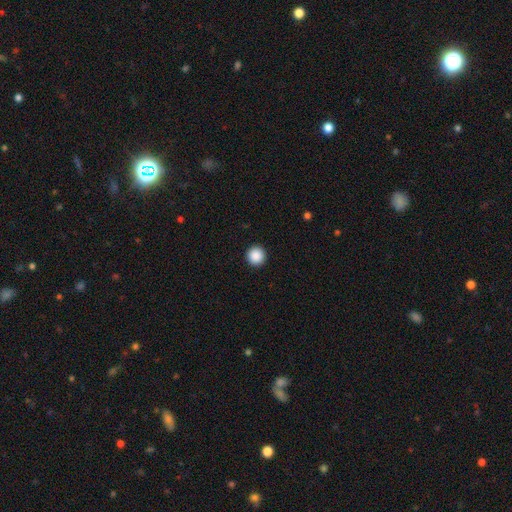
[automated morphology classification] A smooth galaxy with no disk features (89%) that is round (96%). Merging: none (94%).